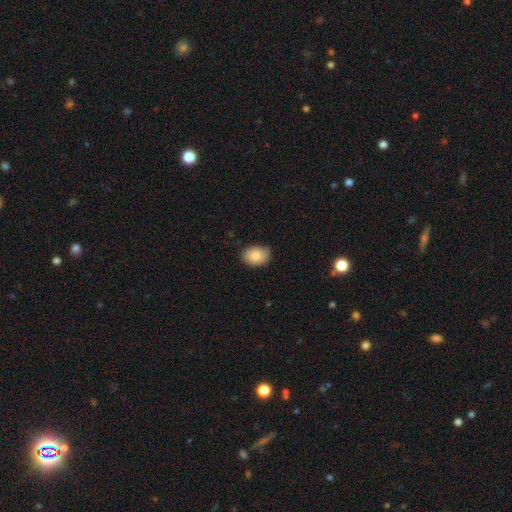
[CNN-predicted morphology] smooth 86%, star or artifact 7%, featured or disk 7%. Down the decision tree: how rounded — in between (75%); merging — none (83%).